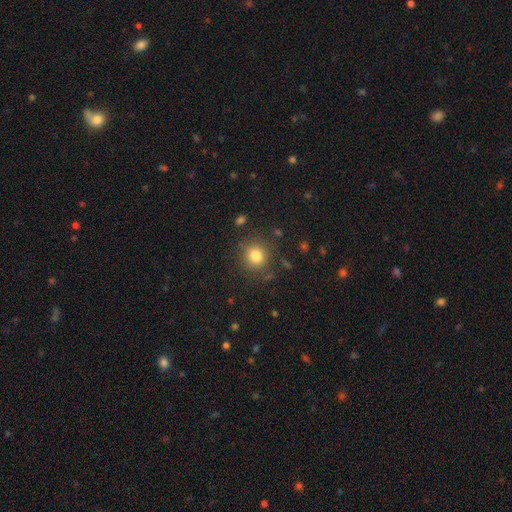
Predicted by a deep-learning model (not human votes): Smooth or featured? smooth (81%)
How rounded? round (87%)
Merging? none (84%)